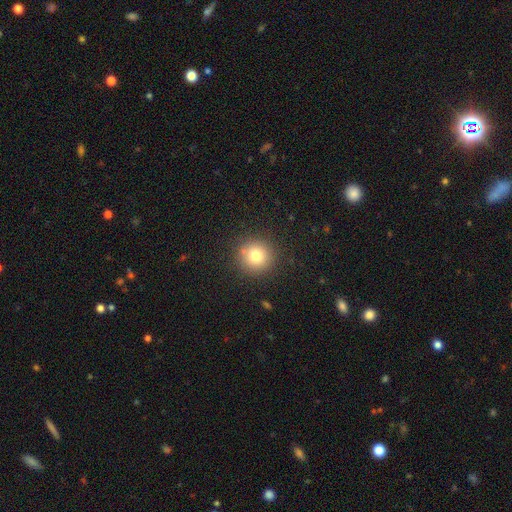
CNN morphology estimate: Smooth or featured? smooth (77%)
How rounded? round (94%)
Merging? none (88%)